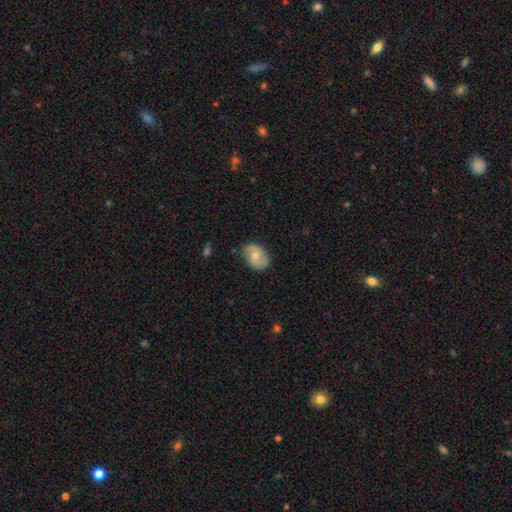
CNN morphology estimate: This appears to be a smooth galaxy with no disk features (52%) that is in between round and cigar-shaped (77%). Merging: none (70%).